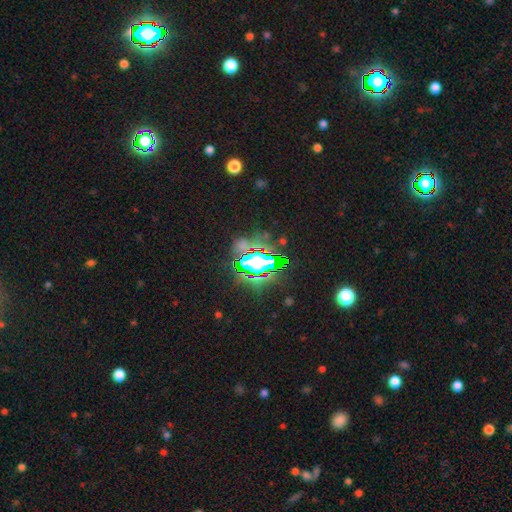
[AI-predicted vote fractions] This is clearly a star or artifact rather than a galaxy (83%).